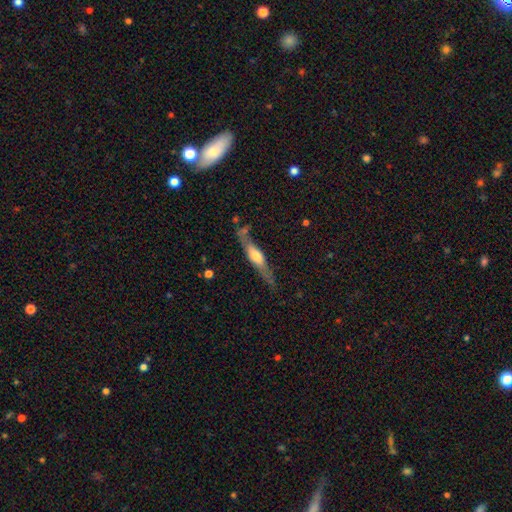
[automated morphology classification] The model was most divided on "smooth or featured": featured or disk: 59%, smooth: 35%, star or artifact: 6%. More confident: edge-on disk — yes (86%); edge-on bulge — rounded (79%); merging — none (69%).